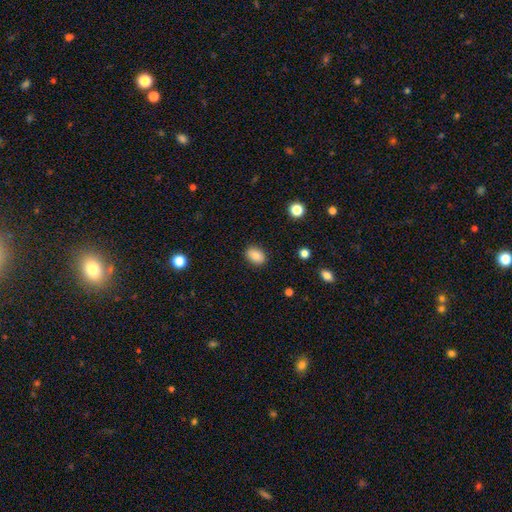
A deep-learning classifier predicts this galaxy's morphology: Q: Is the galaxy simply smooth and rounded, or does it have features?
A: smooth — 85%.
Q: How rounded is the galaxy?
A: in between — 75%.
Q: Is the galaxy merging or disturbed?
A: none — 87%.